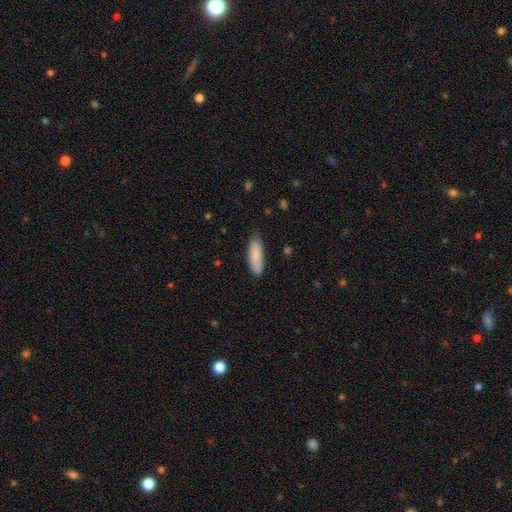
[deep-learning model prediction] Smooth or featured? smooth (85%)
How rounded? in between (50%)
Merging? none (80%)